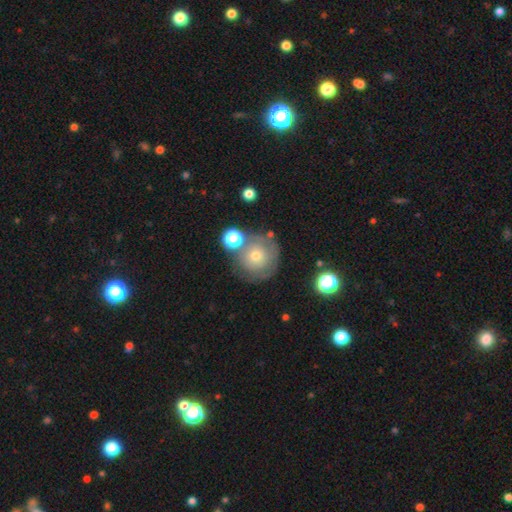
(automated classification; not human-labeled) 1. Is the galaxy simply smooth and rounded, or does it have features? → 50% smooth, 38% featured or disk, 12% star or artifact.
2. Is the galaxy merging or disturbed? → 66% none, 15% minor disturbance, 12% merger, 7% major disturbance.